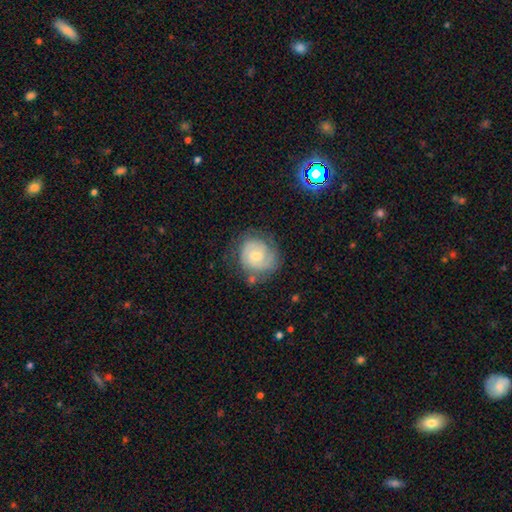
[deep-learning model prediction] A featured or disk galaxy (73%) with no bar (62%), 2 (59%) tight (61%) spiral arms (94%) and a small central bulge (50%). Merging: none (71%).